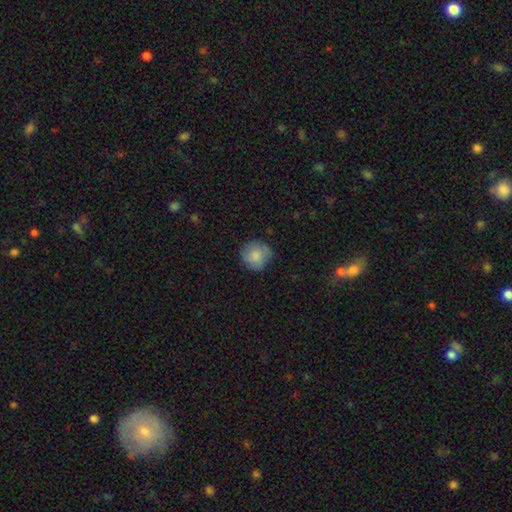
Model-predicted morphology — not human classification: Q: Smooth or featured?
A: smooth (85%); runner-up: featured or disk (8%)
Q: How rounded?
A: round (90%); runner-up: in between (9%)
Q: Merging?
A: none (77%); runner-up: minor disturbance (19%)